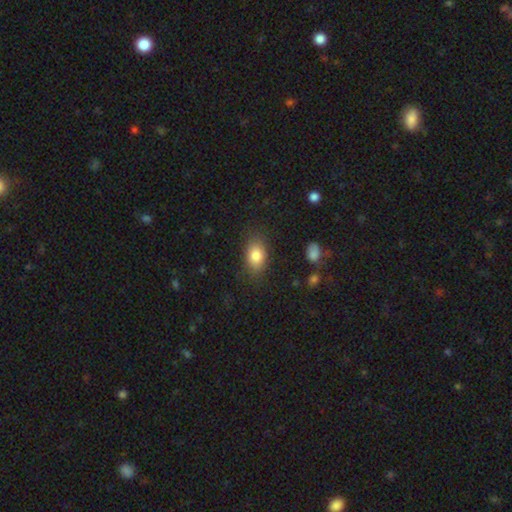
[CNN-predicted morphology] This appears to be a smooth galaxy with no disk features (83%) that is in between round and cigar-shaped (85%). Merging: none (81%).